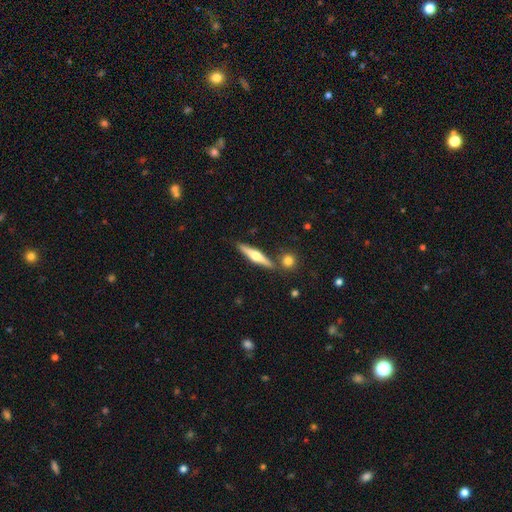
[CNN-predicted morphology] featured or disk 59%, smooth 35%, star or artifact 6%. Down the decision tree: edge-on disk — yes (96%); edge-on bulge — rounded (91%); merging — none (81%).